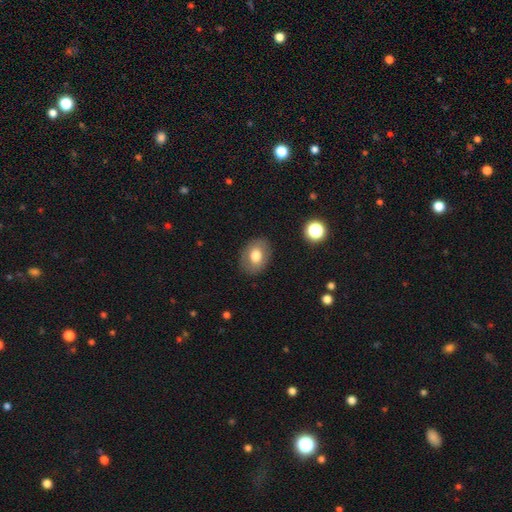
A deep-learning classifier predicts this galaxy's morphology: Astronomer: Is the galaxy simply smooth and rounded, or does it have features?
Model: smooth — 74%.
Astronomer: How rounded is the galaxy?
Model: in between — 67%.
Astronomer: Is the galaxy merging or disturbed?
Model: none — 85%.